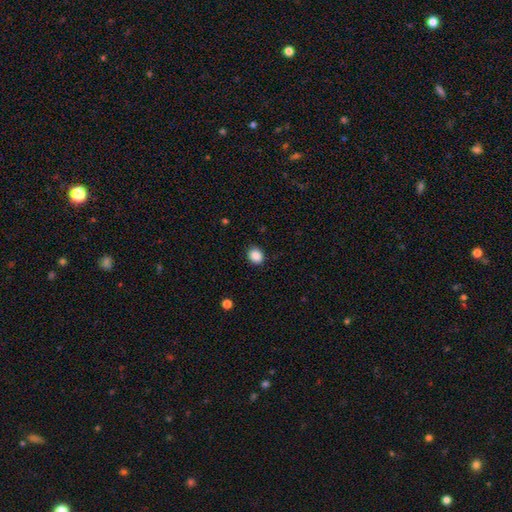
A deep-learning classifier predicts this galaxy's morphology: Smooth or featured?
  - smooth: 88% *
  - star or artifact: 9%
  - featured or disk: 3%
How rounded?
  - round: 67% *
  - in between: 32%
  - cigar-shaped: 1%
Merging?
  - none: 89% *
  - minor disturbance: 8%
  - major disturbance: 2%
  - merger: 1%